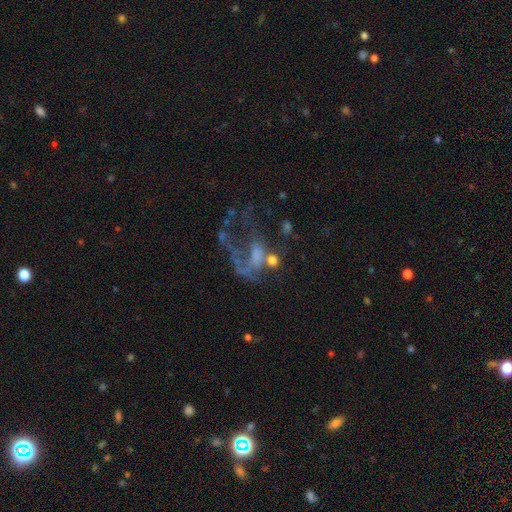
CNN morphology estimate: smooth_or_featured: featured or disk (p=0.63) [alt: star or artifact p=0.20]
disk_edge_on: no (p=0.97) [alt: yes p=0.03]
bar: no (p=0.76) [alt: weak p=0.18]
has_spiral_arms: no (p=0.65) [alt: yes p=0.35]
bulge_size: none (p=0.52) [alt: small p=0.24]
merging: major disturbance (p=0.51) [alt: none p=0.23]